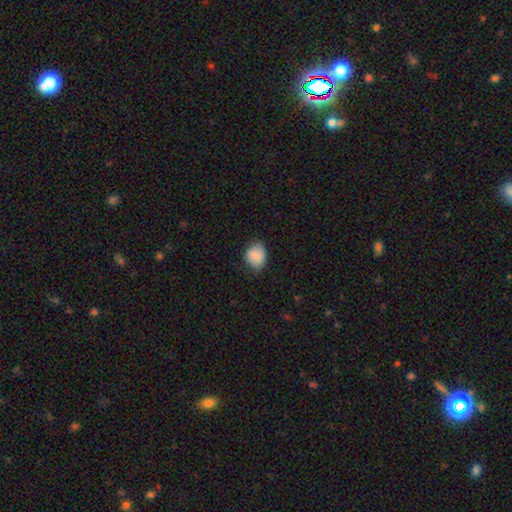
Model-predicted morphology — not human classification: type=smooth (87%); roundness=round (55%); merging=none (73%).